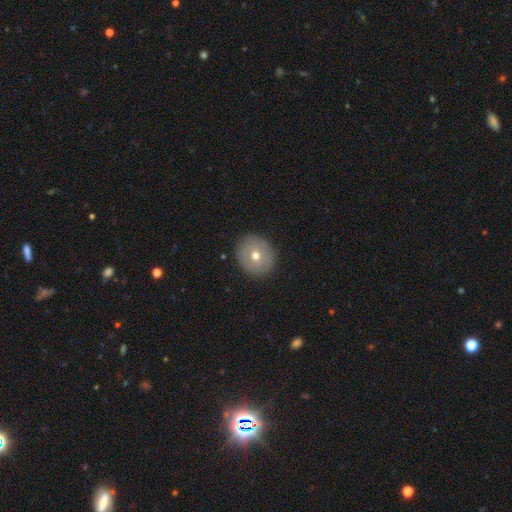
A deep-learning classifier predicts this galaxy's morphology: This is likely a smooth galaxy (63%). How rounded: clearly round (86%). Merging: clearly none (89%).